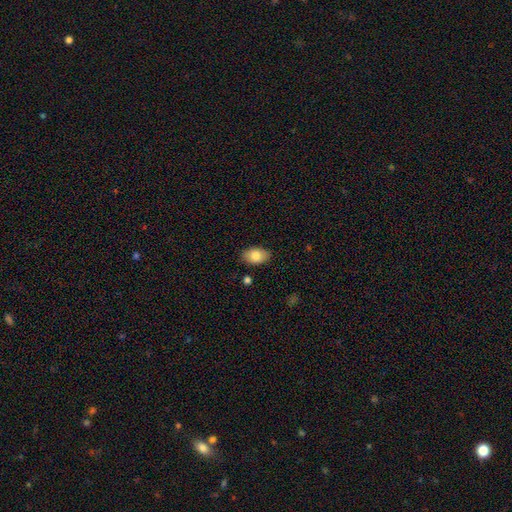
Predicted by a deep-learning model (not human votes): A smooth galaxy with no disk features (82%) that is in between round and cigar-shaped (90%). Merging: none (85%).